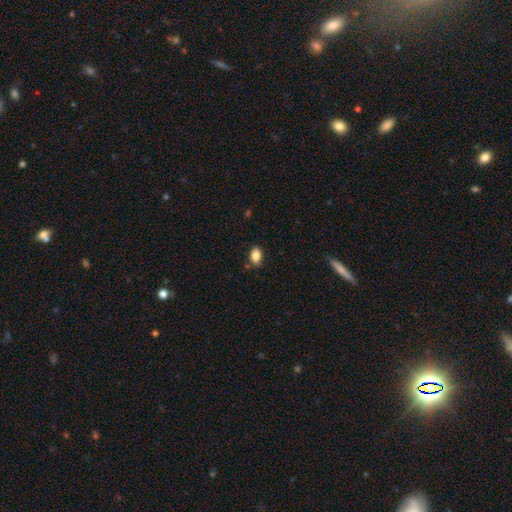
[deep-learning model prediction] Smooth or featured?
  - smooth: 85% *
  - star or artifact: 9%
  - featured or disk: 6%
How rounded?
  - in between: 85% *
  - round: 13%
  - cigar-shaped: 2%
Merging?
  - none: 79% *
  - minor disturbance: 15%
  - merger: 4%
  - major disturbance: 3%